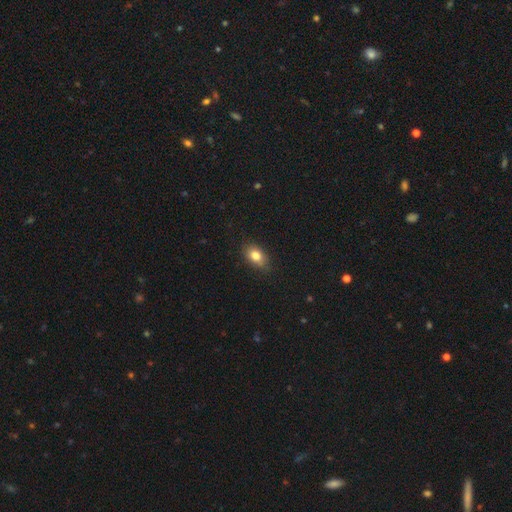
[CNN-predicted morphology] Smooth or featured?
  - smooth: 81% *
  - featured or disk: 10%
  - star or artifact: 9%
How rounded?
  - in between: 83% *
  - round: 14%
  - cigar-shaped: 3%
Merging?
  - none: 82% *
  - minor disturbance: 15%
  - major disturbance: 3%
  - merger: 1%